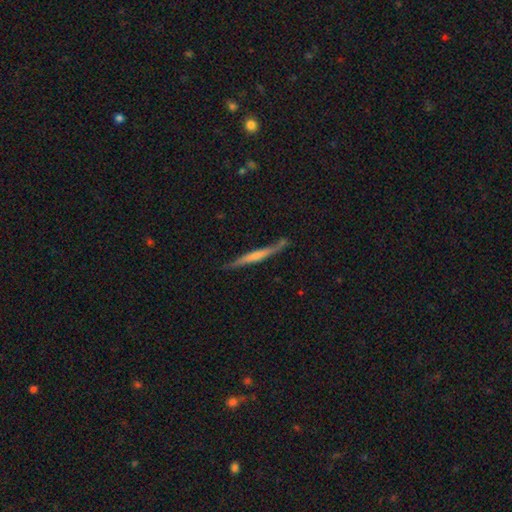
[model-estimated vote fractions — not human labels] Smooth or featured? featured or disk (52%)
Edge-on disk? yes (94%)
Merging? none (76%)